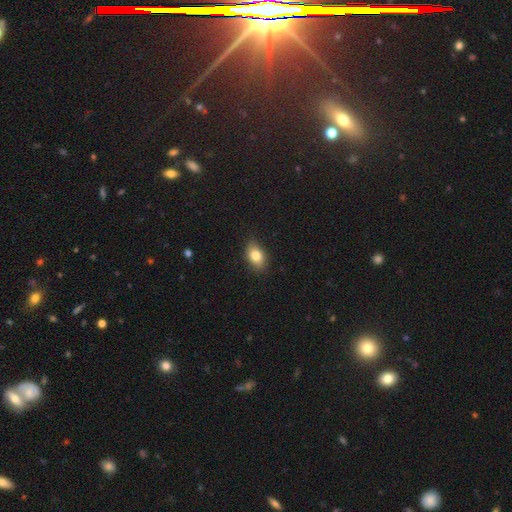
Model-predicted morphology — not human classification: The model was most divided on "merging": none: 81%, minor disturbance: 16%, major disturbance: 3%, merger: 1%. More confident: how rounded — in between (84%); smooth or featured — smooth (82%).